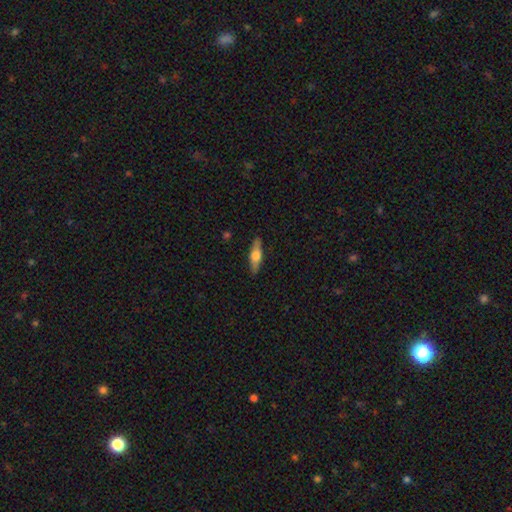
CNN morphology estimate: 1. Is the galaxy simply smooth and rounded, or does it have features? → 51% smooth, 43% featured or disk, 6% star or artifact.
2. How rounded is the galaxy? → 56% cigar-shaped, 42% in between, 3% round.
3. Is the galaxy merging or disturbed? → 88% none, 9% minor disturbance, 2% major disturbance, 1% merger.